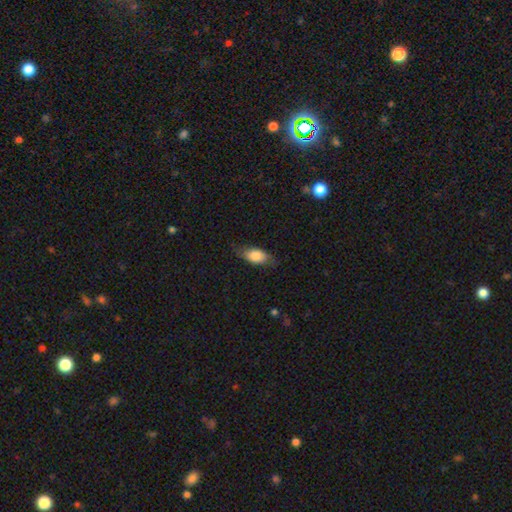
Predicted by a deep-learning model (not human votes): A smooth galaxy with no disk features (74%) that is in between round and cigar-shaped (85%).

Vote fractions:
- Smooth or featured? smooth: 74% / featured or disk: 19% / star or artifact: 7%
- How rounded? in between: 85% / cigar-shaped: 10% / round: 5%
- Merging? none: 71% / minor disturbance: 22% / major disturbance: 6% / merger: 1%